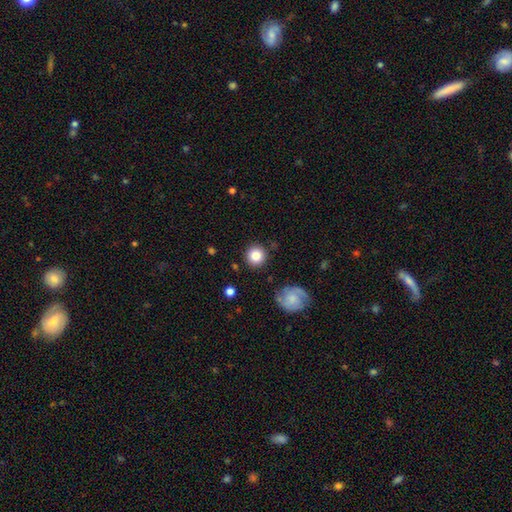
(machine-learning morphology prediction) Q: Smooth or featured?
A: smooth (84%); runner-up: star or artifact (9%)
Q: How rounded?
A: round (94%); runner-up: in between (6%)
Q: Merging?
A: none (88%); runner-up: minor disturbance (7%)